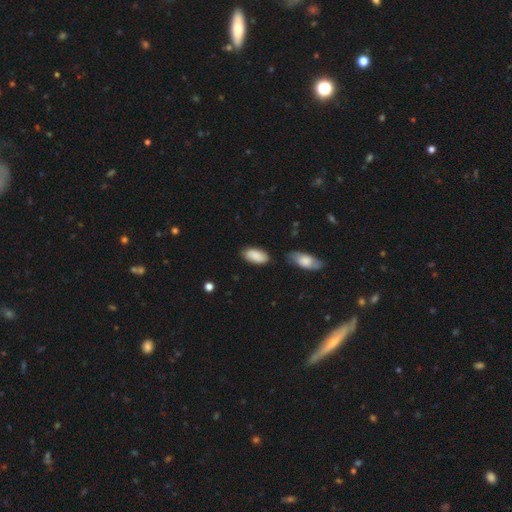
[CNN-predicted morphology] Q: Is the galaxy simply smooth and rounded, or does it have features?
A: smooth — 87%.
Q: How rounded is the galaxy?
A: in between — 93%.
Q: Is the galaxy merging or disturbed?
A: none — 76%.